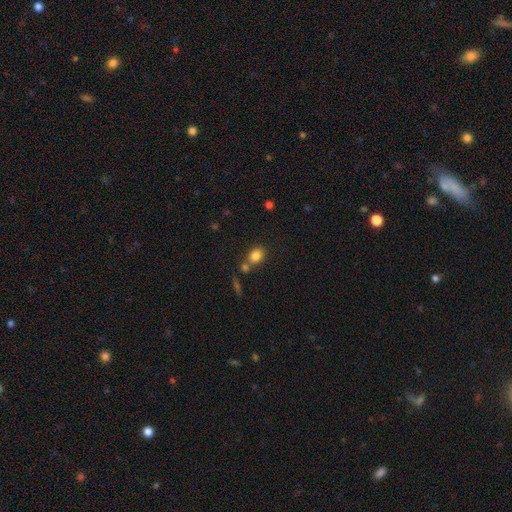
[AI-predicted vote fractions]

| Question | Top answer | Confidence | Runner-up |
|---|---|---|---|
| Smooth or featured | smooth | 82% | star or artifact (11%) |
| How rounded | round | 51% | in between (47%) |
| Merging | none | 62% | merger (24%) |